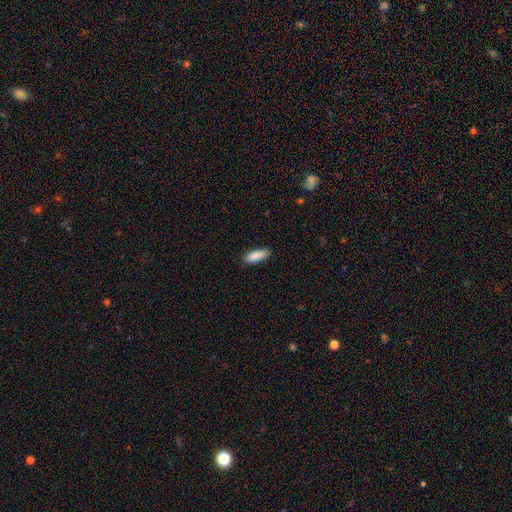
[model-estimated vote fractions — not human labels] Smooth or featured? Predicted: smooth (p=0.90). How rounded? Predicted: in between (p=0.69). Merging? Predicted: none (p=0.84).